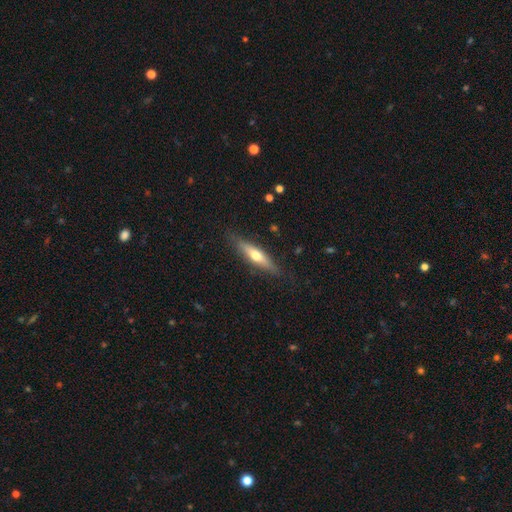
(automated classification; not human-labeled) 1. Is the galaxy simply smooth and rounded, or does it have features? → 47% smooth (tied), 47% featured or disk (tied), 6% star or artifact.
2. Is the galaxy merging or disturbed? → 83% none, 12% minor disturbance, 3% major disturbance, 1% merger.